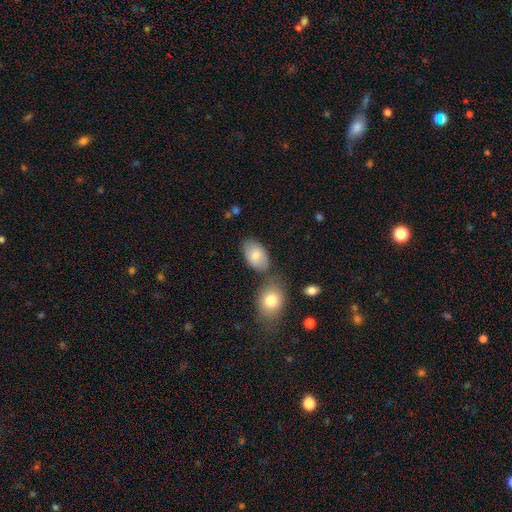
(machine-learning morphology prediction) Smooth or featured? Predicted: smooth (p=0.79). How rounded? Predicted: in between (p=0.91). Merging? Predicted: none (p=0.66).